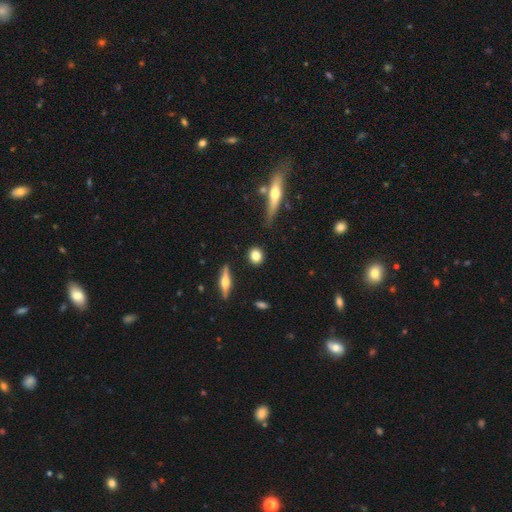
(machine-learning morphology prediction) A smooth galaxy with no disk features (81%) that is round (80%). Merging: none (88%).